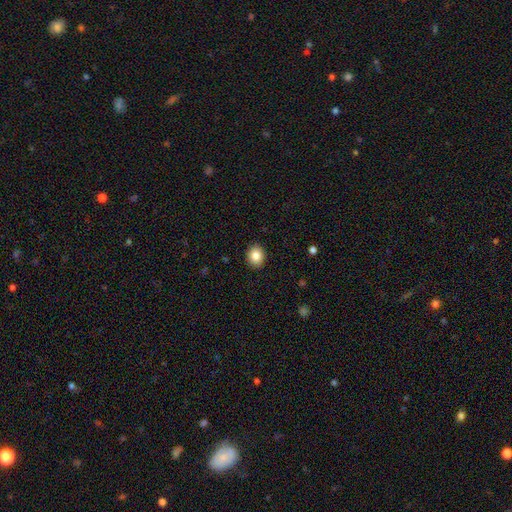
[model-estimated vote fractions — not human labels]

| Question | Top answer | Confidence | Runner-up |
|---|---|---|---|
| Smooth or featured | smooth | 85% | star or artifact (9%) |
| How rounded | round | 63% | in between (36%) |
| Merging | none | 91% | minor disturbance (6%) |